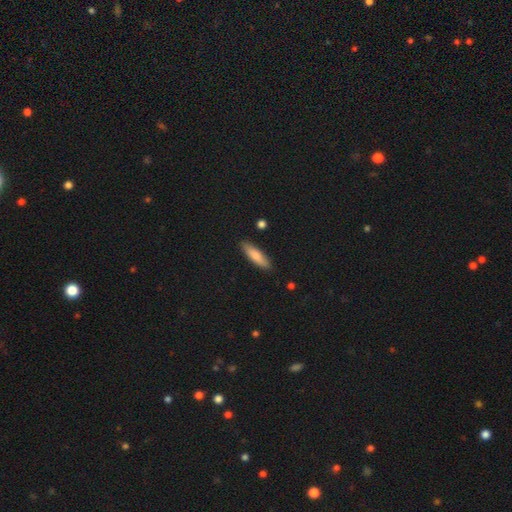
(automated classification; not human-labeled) Q: Smooth or featured?
A: smooth (78%); runner-up: featured or disk (16%)
Q: How rounded?
A: cigar-shaped (64%); runner-up: in between (35%)
Q: Merging?
A: none (87%); runner-up: minor disturbance (9%)